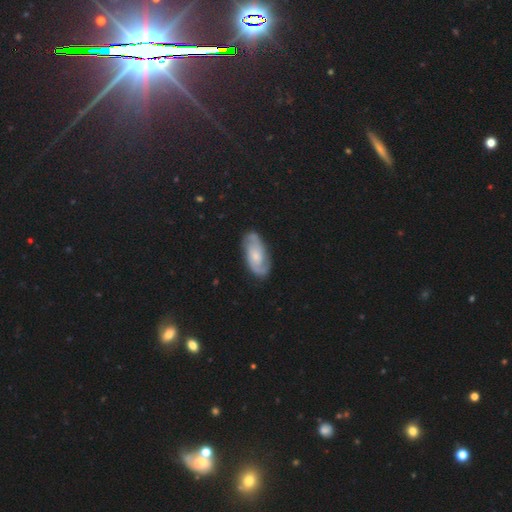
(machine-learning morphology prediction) smooth-or-featured: featured or disk: 78% | smooth: 16% | star or artifact: 5%
  disk-edge-on: no: 96% | yes: 4%
    bar: no: 61% | weak: 33% | strong: 6%
    has-spiral-arms: yes: 95% | no: 5%
      spiral-winding: medium: 47% | tight: 37% | loose: 17%
      spiral-arm-count: 2: 86% | can't tell: 7% | 3: 2% | 1: 2% | 4: 1% | more than 4: 1%
    bulge-size: small: 49% | moderate: 37% | none: 8% | large: 5% | dominant: 1%
  merging: none: 82% | minor disturbance: 13% | major disturbance: 3% | merger: 1%